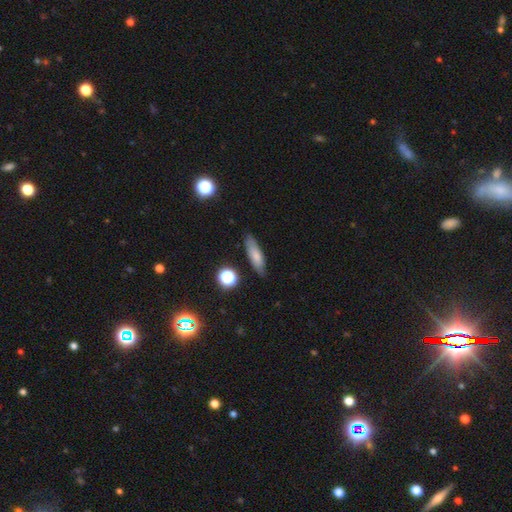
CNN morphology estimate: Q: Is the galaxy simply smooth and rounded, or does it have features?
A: smooth — 69%.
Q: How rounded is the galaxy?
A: cigar-shaped — 53%.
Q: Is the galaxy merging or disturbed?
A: none — 79%.